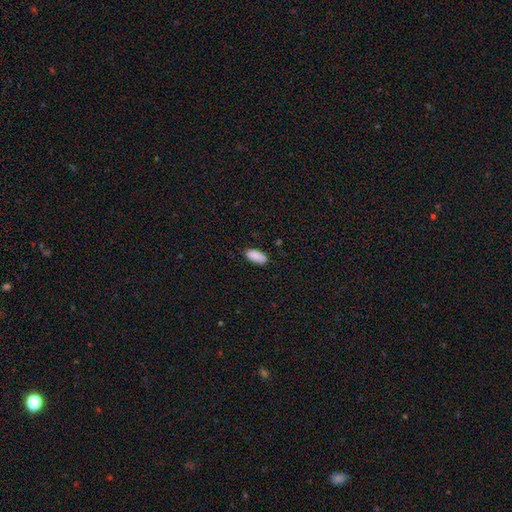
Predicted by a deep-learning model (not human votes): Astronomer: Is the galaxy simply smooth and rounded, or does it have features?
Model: smooth — 89%.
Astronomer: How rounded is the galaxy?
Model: in between — 89%.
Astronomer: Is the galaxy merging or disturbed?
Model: none — 83%.